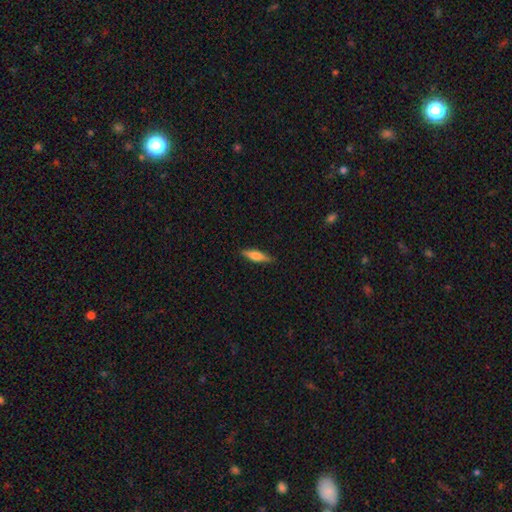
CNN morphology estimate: Smooth or featured? Predicted: smooth (p=0.62). How rounded? Predicted: cigar-shaped (p=0.66). Merging? Predicted: none (p=0.87).